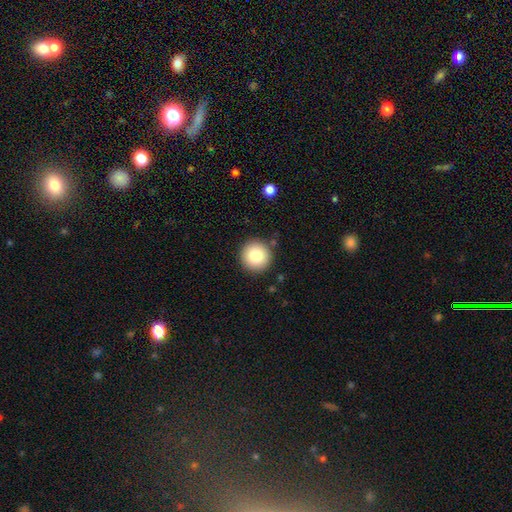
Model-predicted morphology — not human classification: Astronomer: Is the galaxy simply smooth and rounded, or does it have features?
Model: smooth — 81%.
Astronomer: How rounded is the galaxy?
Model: round — 96%.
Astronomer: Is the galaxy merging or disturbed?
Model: none — 89%.